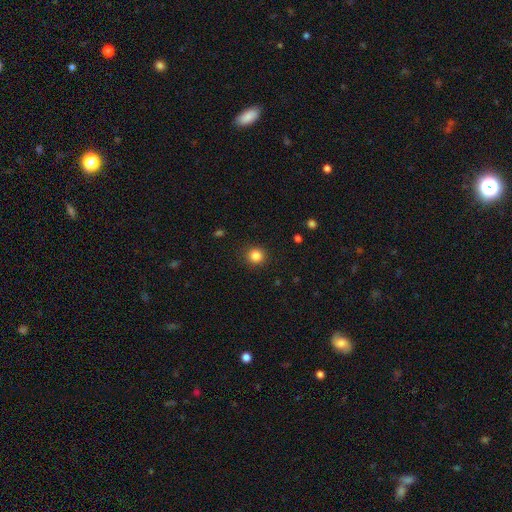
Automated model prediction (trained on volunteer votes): smooth_or_featured: smooth (p=0.85) [alt: star or artifact p=0.11]
how_rounded: round (p=0.92) [alt: in between p=0.07]
merging: none (p=0.90) [alt: minor disturbance p=0.06]